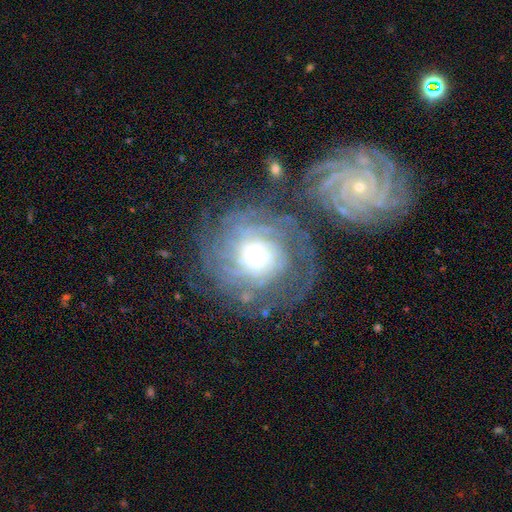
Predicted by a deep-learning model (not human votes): This is clearly a featured or disk galaxy (83%). It is clearly not viewed edge-on (97%). Bar: likely no (78%). Spiral arm pattern: clearly yes (94%). Spiral arm count: marginally can't tell (35%). Spiral winding: likely tight (72%). Central bulge: possibly small (46%). Merging: likely none (67%).